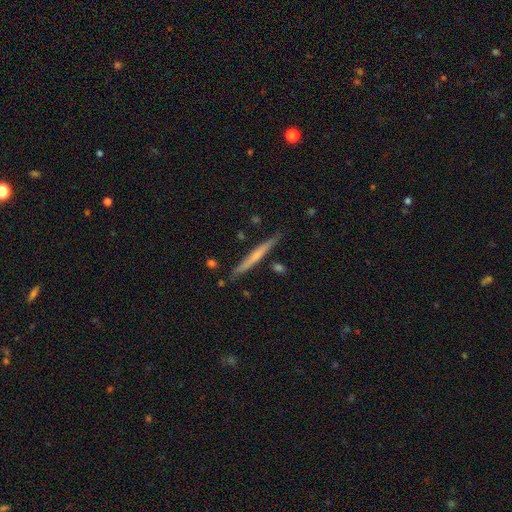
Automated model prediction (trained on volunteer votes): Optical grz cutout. It shows a featured or disk galaxy (54%) viewed edge-on (97%) with no central bulge (55%). Merging: none (85%).